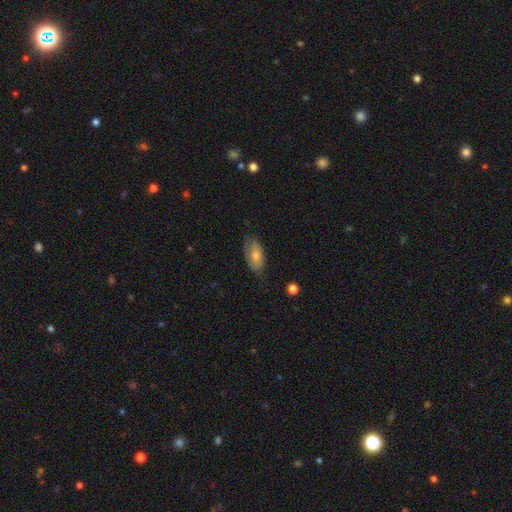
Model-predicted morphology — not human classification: This appears to be a smooth galaxy with no disk features (61%) that is in between round and cigar-shaped (89%). Merging: none (66%).